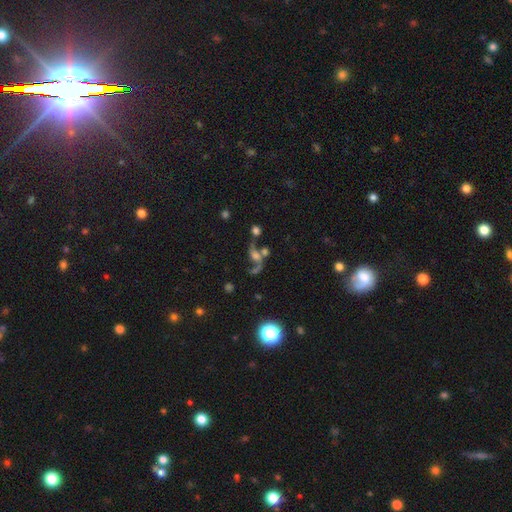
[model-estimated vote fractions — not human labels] This appears to be a featured or disk galaxy (66%) with no bar (58%), 2 (86%) loose (87%) spiral arms (86%) and a moderate central bulge (30%). Merging: none (40%).